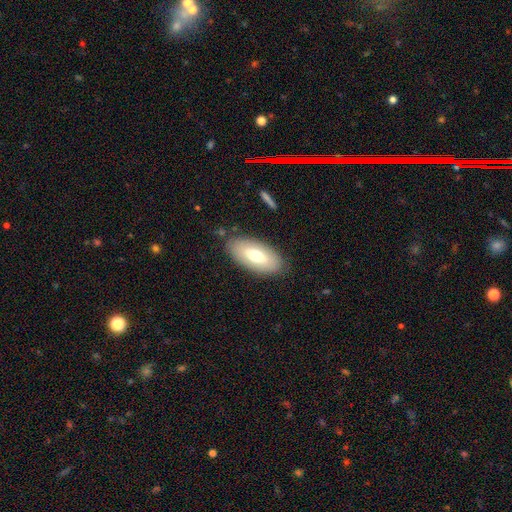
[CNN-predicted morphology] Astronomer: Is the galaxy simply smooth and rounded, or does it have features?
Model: smooth — 66%.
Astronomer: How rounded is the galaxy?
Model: in between — 91%.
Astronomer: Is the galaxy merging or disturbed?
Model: none — 84%.